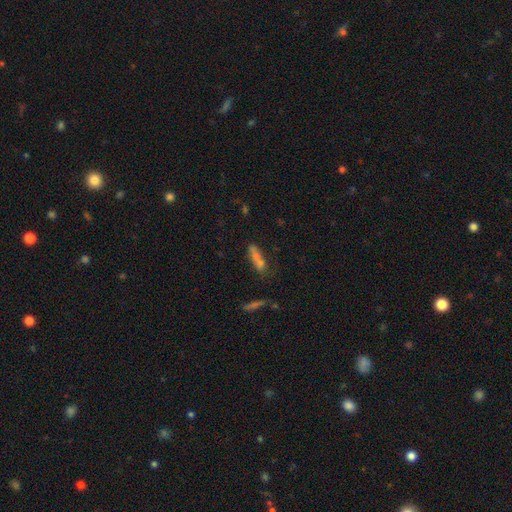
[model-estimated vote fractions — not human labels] Morphology: type=smooth (59%); roundness=cigar-shaped (68%); merging=none (50%).